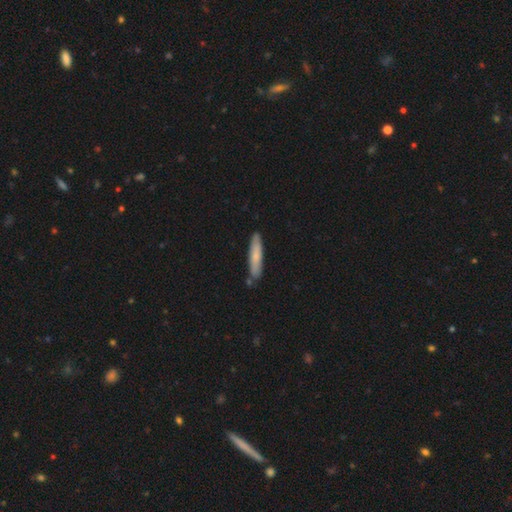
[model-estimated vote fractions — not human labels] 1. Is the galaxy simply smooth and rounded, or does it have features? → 71% smooth, 23% featured or disk, 5% star or artifact.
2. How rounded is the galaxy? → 86% cigar-shaped, 13% in between, 1% round.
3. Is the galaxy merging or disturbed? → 82% none, 12% minor disturbance, 4% merger, 2% major disturbance.